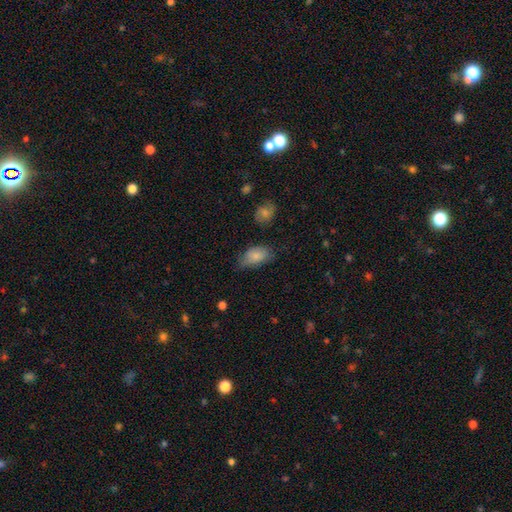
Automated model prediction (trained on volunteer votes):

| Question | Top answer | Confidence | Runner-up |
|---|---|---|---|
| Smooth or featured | smooth | 83% | featured or disk (9%) |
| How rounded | in between | 92% | round (6%) |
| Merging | none | 56% | minor disturbance (33%) |